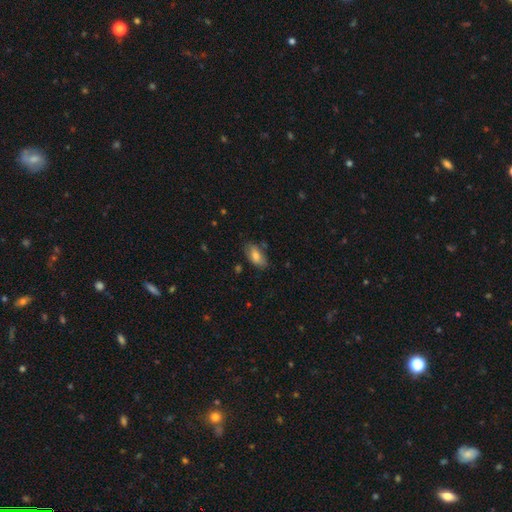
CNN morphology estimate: Q: Smooth or featured?
A: smooth (74%); runner-up: featured or disk (19%)
Q: How rounded?
A: in between (90%); runner-up: cigar-shaped (7%)
Q: Merging?
A: none (72%); runner-up: minor disturbance (20%)